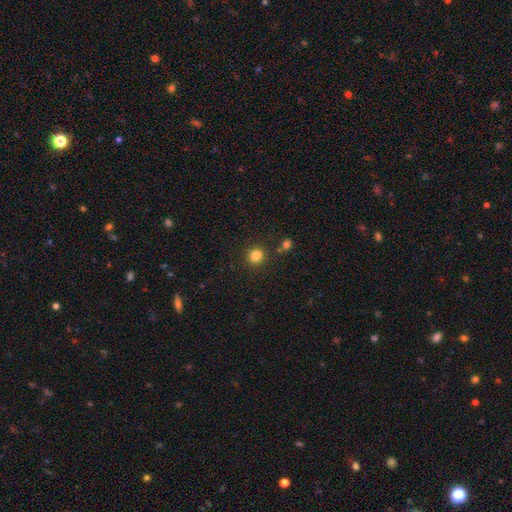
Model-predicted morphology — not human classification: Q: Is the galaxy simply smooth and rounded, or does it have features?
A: smooth — 83%.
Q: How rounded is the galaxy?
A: round — 87%.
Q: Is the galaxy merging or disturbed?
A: none — 86%.